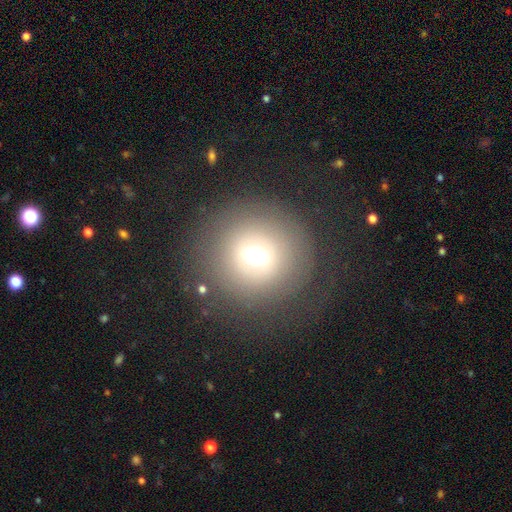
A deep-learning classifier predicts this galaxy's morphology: The model was most divided on "smooth or featured": smooth: 55%, featured or disk: 30%, star or artifact: 15%. More confident: how rounded — round (88%); merging — none (75%).